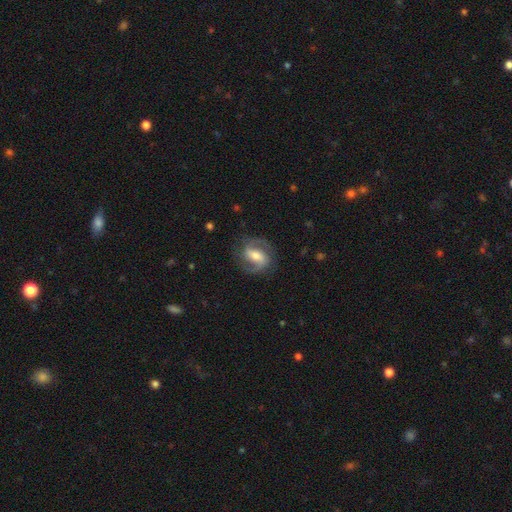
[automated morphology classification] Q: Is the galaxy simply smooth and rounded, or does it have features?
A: featured or disk — 81%.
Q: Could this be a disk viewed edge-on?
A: no — 97%.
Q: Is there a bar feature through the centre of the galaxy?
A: strong — 44%.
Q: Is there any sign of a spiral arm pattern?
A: yes — 93%.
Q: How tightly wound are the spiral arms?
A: medium — 52%.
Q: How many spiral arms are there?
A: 2 — 90%.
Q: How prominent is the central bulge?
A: moderate — 59%.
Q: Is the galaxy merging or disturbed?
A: none — 79%.